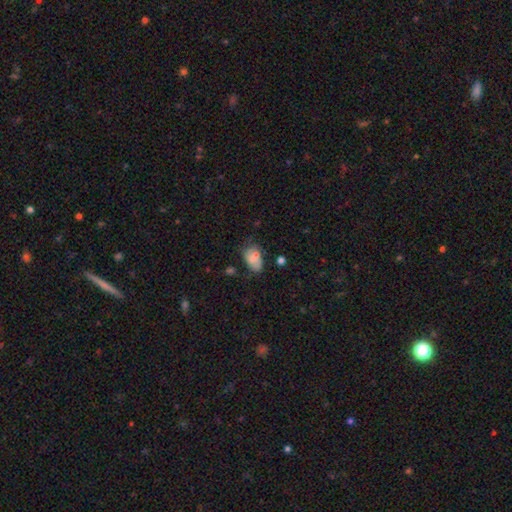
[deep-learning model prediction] Smooth or featured?
  - smooth: 62% *
  - featured or disk: 24%
  - star or artifact: 14%
How rounded?
  - in between: 85% *
  - round: 13%
  - cigar-shaped: 2%
Merging?
  - none: 51% *
  - minor disturbance: 30%
  - major disturbance: 12%
  - merger: 8%